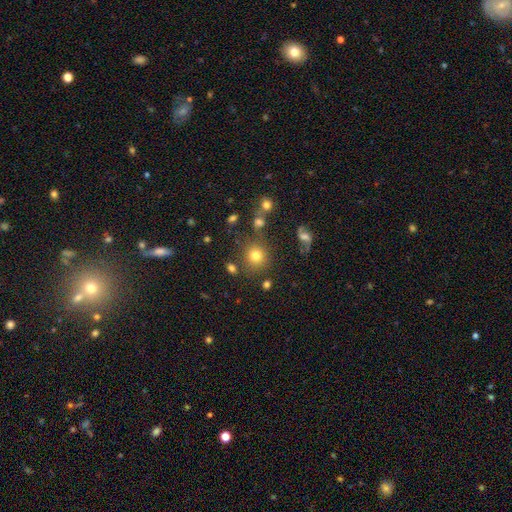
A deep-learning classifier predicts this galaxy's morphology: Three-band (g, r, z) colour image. It shows a smooth galaxy with no disk features (76%) that is round (88%). Merging: none (77%).